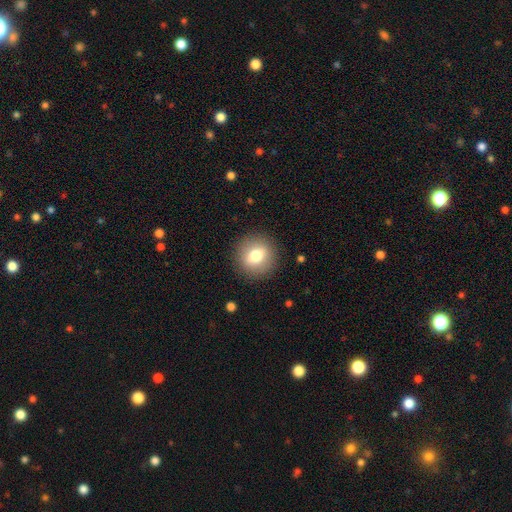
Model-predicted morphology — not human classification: Smooth or featured: smooth — 71% (featured or disk — 19%)
How rounded: round — 88% (in between — 11%)
Merging: none — 89% (minor disturbance — 7%)